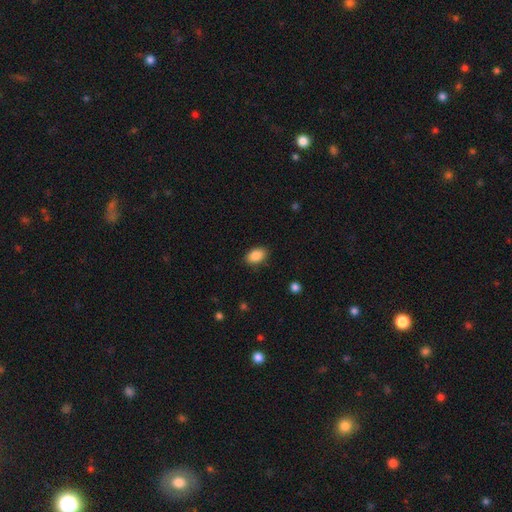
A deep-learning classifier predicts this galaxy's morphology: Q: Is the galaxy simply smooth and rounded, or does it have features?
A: smooth — 88%.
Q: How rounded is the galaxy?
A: in between — 88%.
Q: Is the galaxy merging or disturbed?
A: none — 85%.